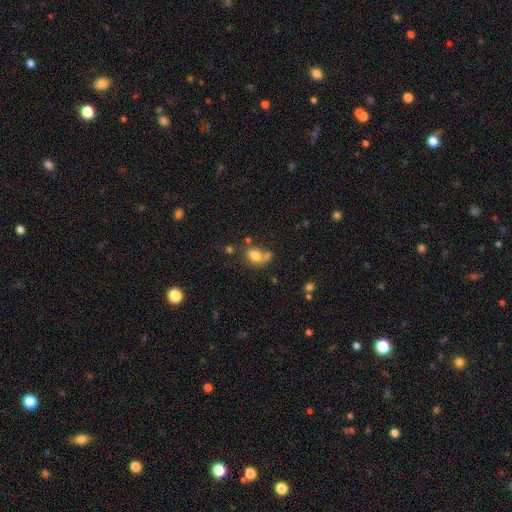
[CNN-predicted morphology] This is likely a smooth galaxy (77%). How rounded: likely in between (69%). Merging: marginally none (42%).